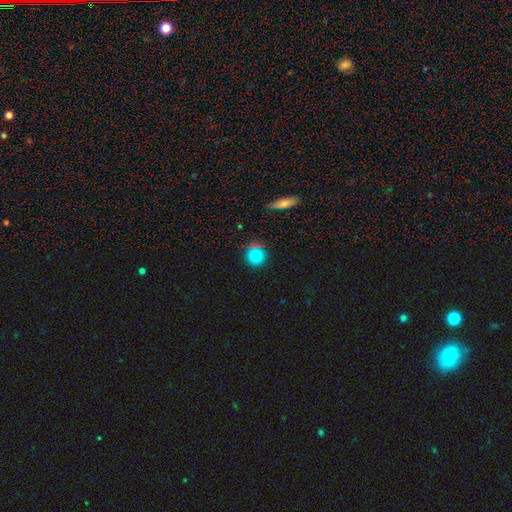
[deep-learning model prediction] This appears to be a smooth galaxy with no disk features (81%) that is round (91%). Merging: none (79%).